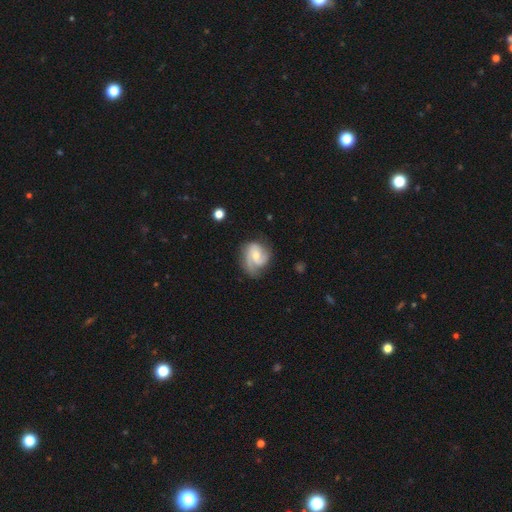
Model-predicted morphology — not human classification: smooth-or-featured: featured or disk: 77% | smooth: 17% | star or artifact: 6%
  disk-edge-on: no: 98% | yes: 2%
    bar: no: 52% | weak: 39% | strong: 8%
    has-spiral-arms: yes: 95% | no: 5%
      spiral-winding: medium: 45% | tight: 34% | loose: 21%
      spiral-arm-count: 2: 52% | 3: 16% | 1: 16% | can't tell: 12% | 4: 2% | more than 4: 2%
    bulge-size: moderate: 48% | small: 44% | large: 3% | none: 3% | dominant: 1%
  merging: none: 61% | minor disturbance: 24% | major disturbance: 13% | merger: 2%